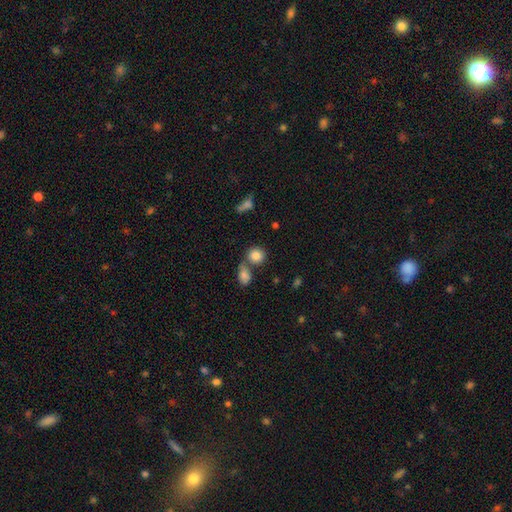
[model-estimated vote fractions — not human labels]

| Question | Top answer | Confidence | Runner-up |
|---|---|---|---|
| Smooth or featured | smooth | 84% | star or artifact (9%) |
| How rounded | round | 75% | in between (24%) |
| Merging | none | 55% | merger (30%) |